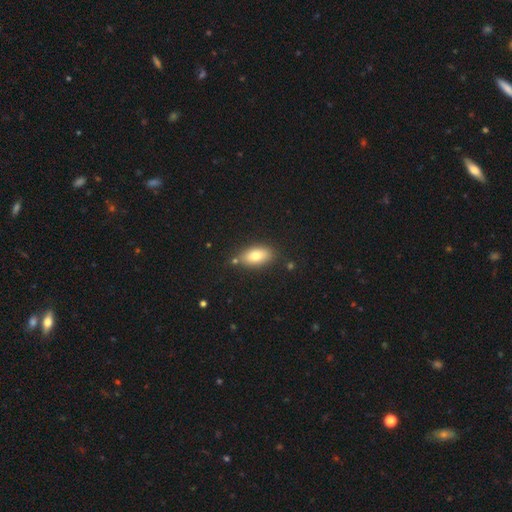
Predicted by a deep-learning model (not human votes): Q: Smooth or featured?
A: smooth (79%); runner-up: featured or disk (12%)
Q: How rounded?
A: in between (90%); runner-up: round (6%)
Q: Merging?
A: none (80%); runner-up: minor disturbance (12%)